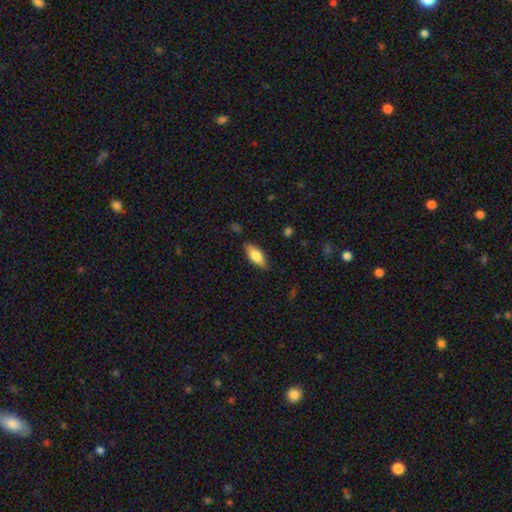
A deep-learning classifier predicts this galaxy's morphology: smooth_or_featured: smooth (p=0.77) [alt: featured or disk p=0.17]
how_rounded: in between (p=0.78) [alt: cigar-shaped p=0.20]
merging: none (p=0.83) [alt: minor disturbance p=0.13]